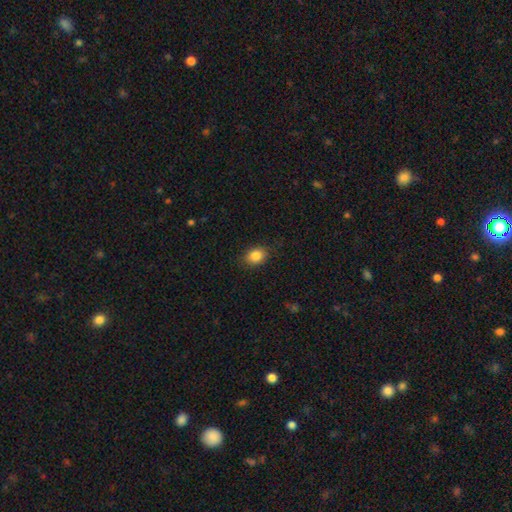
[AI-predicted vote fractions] Smooth or featured? smooth (85%)
How rounded? in between (54%)
Merging? none (84%)